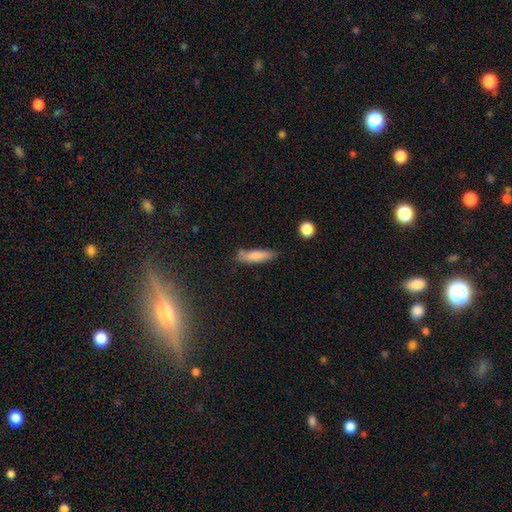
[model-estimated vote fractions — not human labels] A smooth galaxy with no disk features (79%) that is cigar-shaped (68%). Merging: none (69%).